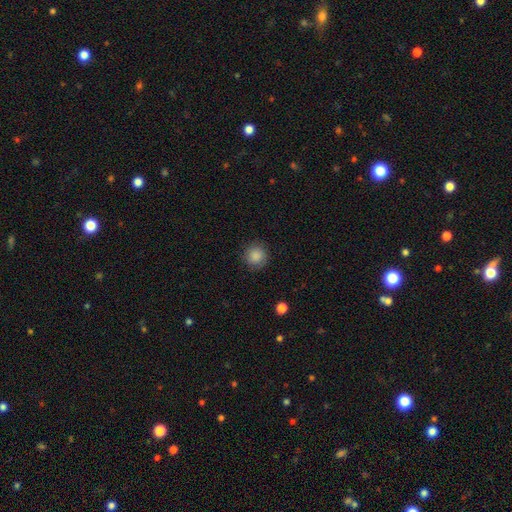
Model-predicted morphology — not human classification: Overall: smooth (87%). How rounded: round (93%). Merging: none (87%).